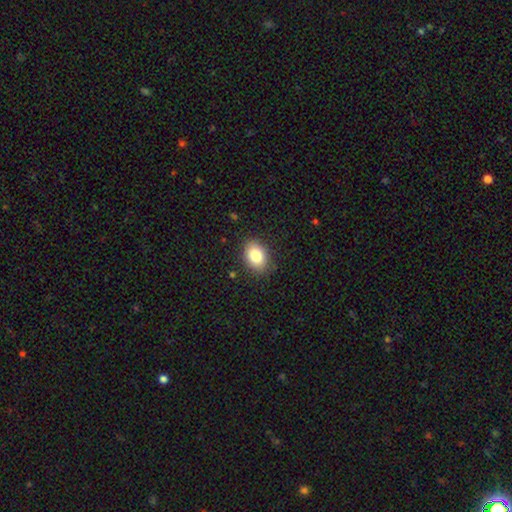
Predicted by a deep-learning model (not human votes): smooth 82%, featured or disk 9%, star or artifact 9%. Down the decision tree: how rounded — in between (75%); merging — none (86%).